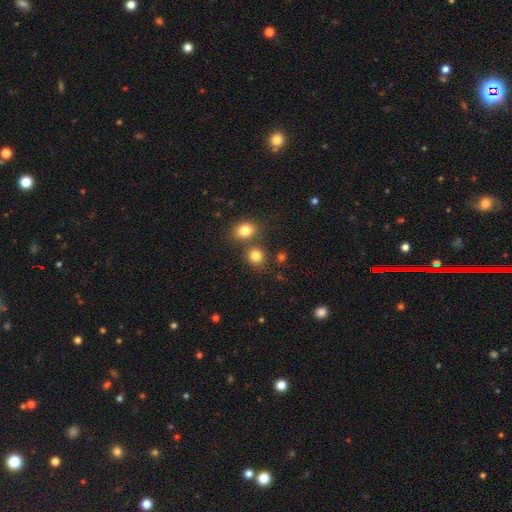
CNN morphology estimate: This is clearly a smooth galaxy (81%). How rounded: likely round (80%). Merging: likely none (66%).